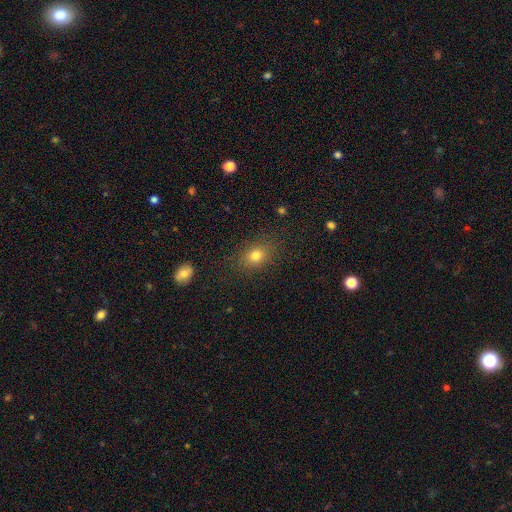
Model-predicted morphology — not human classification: smooth_or_featured: smooth (p=0.78) [alt: star or artifact p=0.14]
how_rounded: in between (p=0.55) [alt: round p=0.44]
merging: none (p=0.84) [alt: minor disturbance p=0.11]